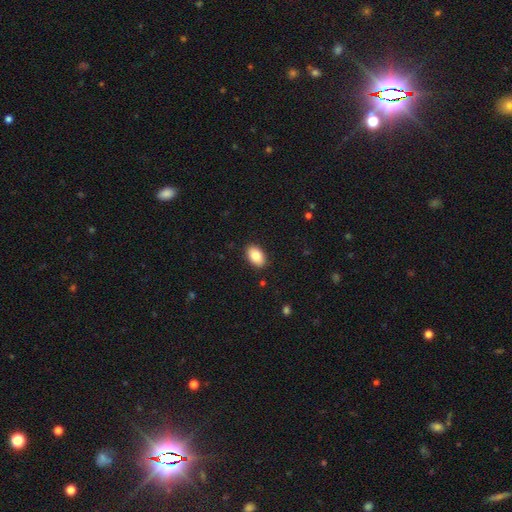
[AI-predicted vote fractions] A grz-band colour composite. It shows a smooth galaxy with no disk features (85%) that is in between round and cigar-shaped (91%). Merging: none (90%).